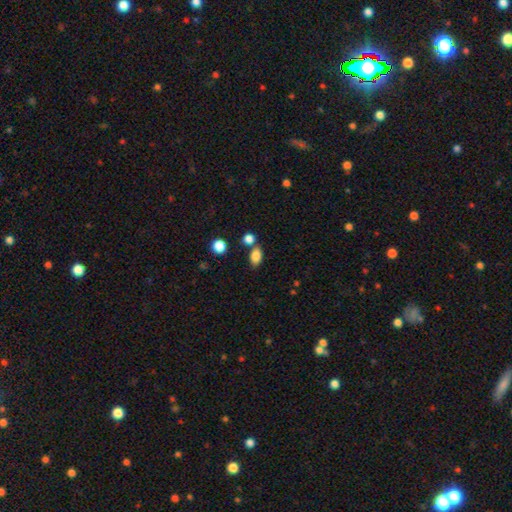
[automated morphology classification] The model was most divided on "merging": none: 66%, merger: 19%, minor disturbance: 12%, major disturbance: 4%. More confident: how rounded — in between (85%); smooth or featured — smooth (84%).